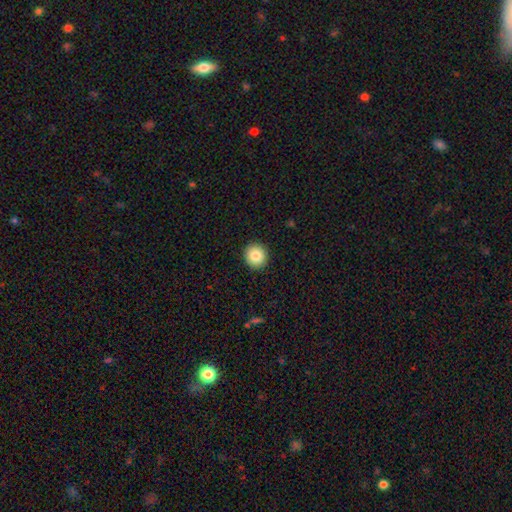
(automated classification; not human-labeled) A smooth galaxy with no disk features (84%) that is round (94%). Merging: none (93%).